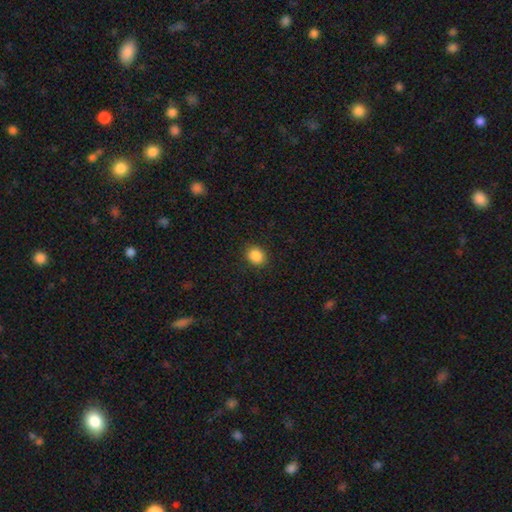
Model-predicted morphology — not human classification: Overall: smooth (87%). How rounded: round (66%; in between 33%). Merging: none (90%).